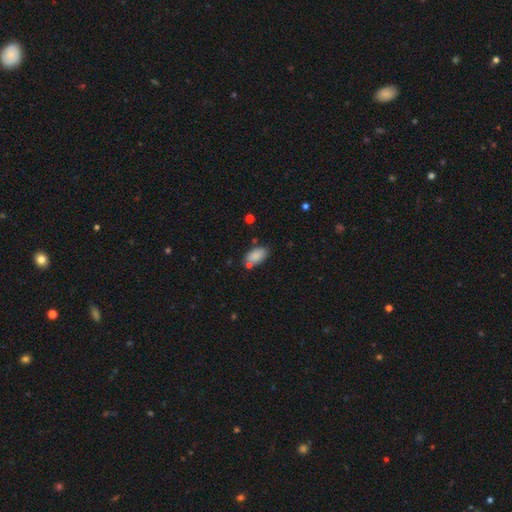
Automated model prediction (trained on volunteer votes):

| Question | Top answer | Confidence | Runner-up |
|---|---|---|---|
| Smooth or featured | smooth | 86% | star or artifact (7%) |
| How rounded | in between | 93% | round (4%) |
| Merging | none | 68% | minor disturbance (16%) |